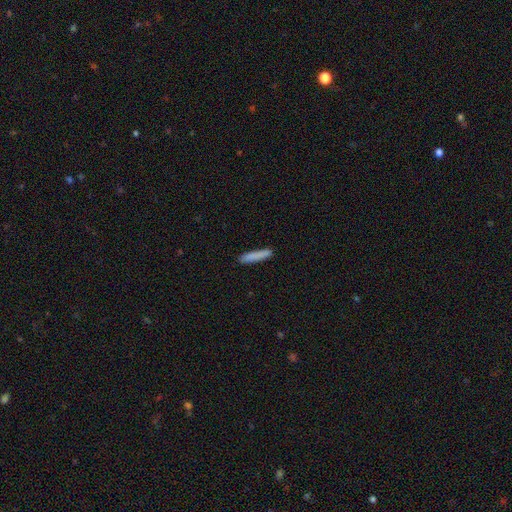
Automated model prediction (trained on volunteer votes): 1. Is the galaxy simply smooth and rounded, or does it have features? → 84% smooth, 9% featured or disk, 6% star or artifact.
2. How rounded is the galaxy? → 91% cigar-shaped, 7% in between, 1% round.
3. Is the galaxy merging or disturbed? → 88% none, 9% minor disturbance, 2% major disturbance, 1% merger.